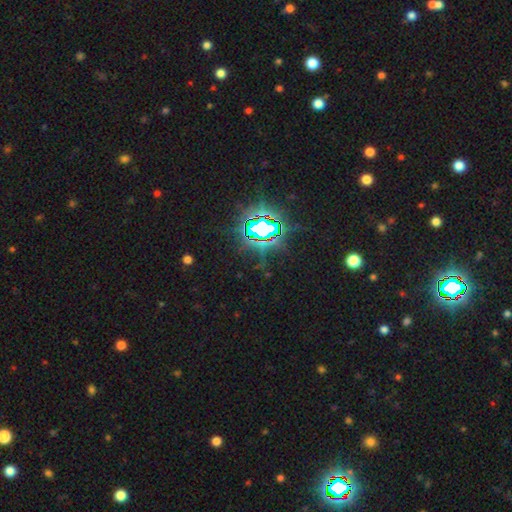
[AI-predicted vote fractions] Smooth or featured? star or artifact (83%)